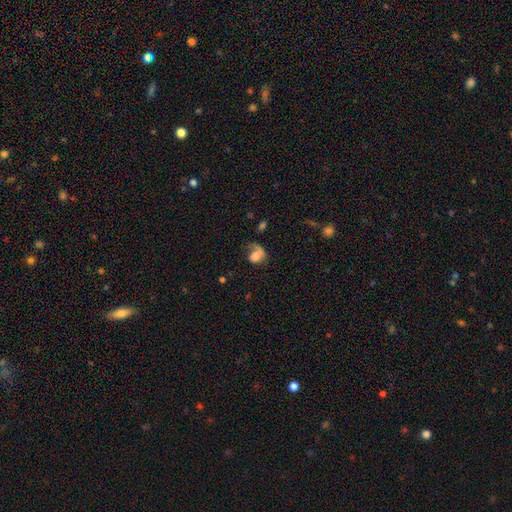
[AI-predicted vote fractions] smooth-or-featured: smooth: 49% | featured or disk: 41% | star or artifact: 10%
  merging: major disturbance: 47% | none: 28% | minor disturbance: 17% | merger: 8%